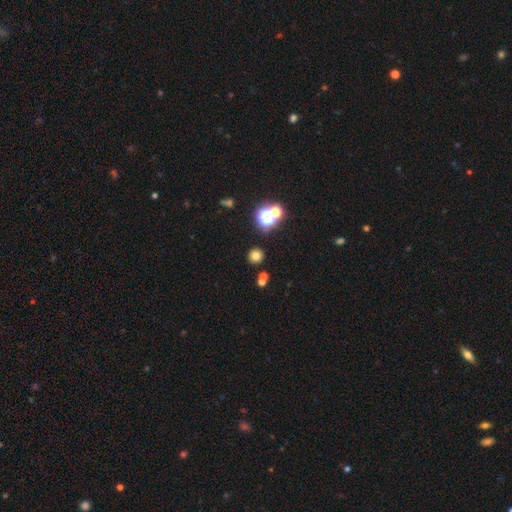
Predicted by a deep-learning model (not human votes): Q: Smooth or featured?
A: smooth (71%); runner-up: star or artifact (21%)
Q: How rounded?
A: round (92%); runner-up: in between (7%)
Q: Merging?
A: none (83%); runner-up: merger (7%)